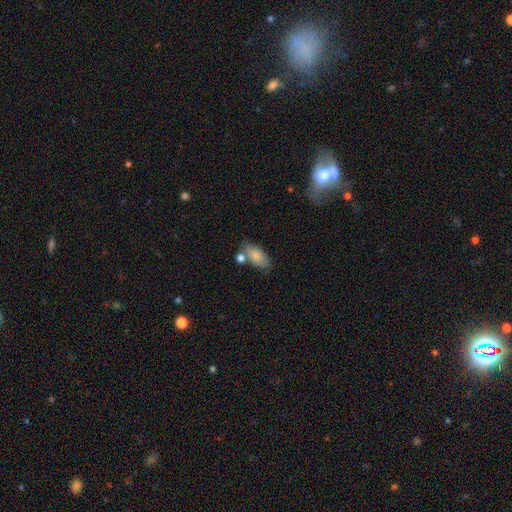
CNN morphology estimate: smooth_or_featured: smooth (p=0.82) [alt: featured or disk p=0.11]
how_rounded: in between (p=0.89) [alt: cigar-shaped p=0.07]
merging: none (p=0.61) [alt: minor disturbance p=0.17]